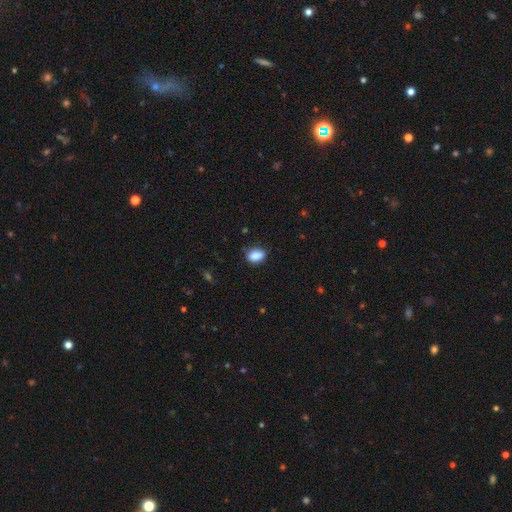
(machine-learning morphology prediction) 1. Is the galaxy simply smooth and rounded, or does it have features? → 88% smooth, 8% star or artifact, 4% featured or disk.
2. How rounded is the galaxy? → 82% in between, 16% round, 2% cigar-shaped.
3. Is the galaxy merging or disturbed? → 81% none, 15% minor disturbance, 3% major disturbance, 1% merger.